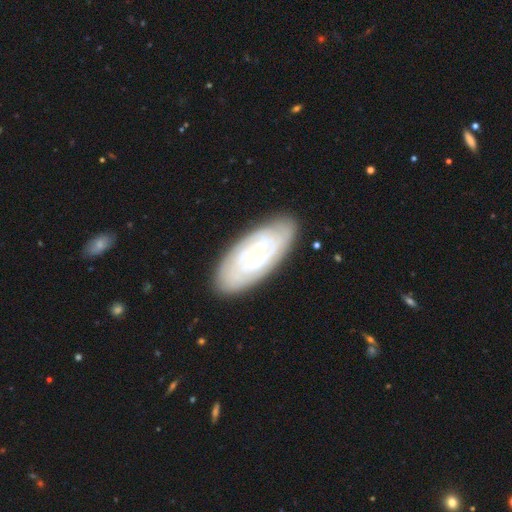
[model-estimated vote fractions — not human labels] A featured or disk galaxy (79%) with no bar (59%), tight (78%) spiral arms (92%) and a small central bulge (79%). Merging: none (83%).